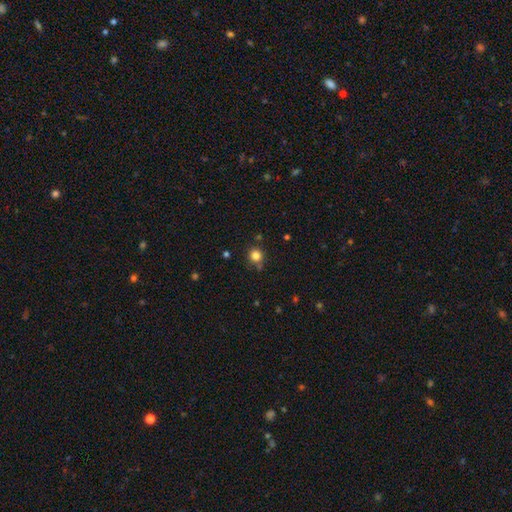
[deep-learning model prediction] Smooth or featured: smooth — 82% (star or artifact — 13%)
How rounded: round — 91% (in between — 8%)
Merging: none — 78% (minor disturbance — 13%)